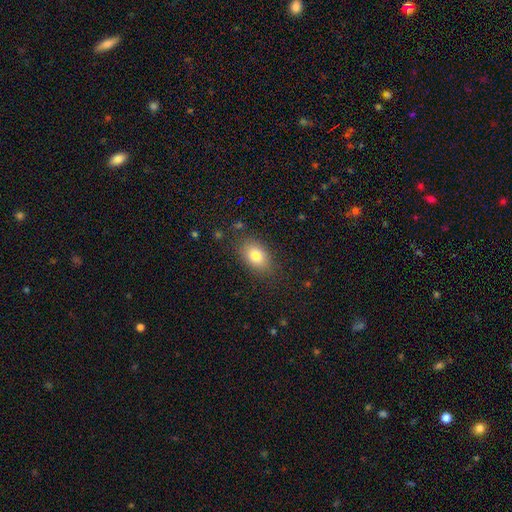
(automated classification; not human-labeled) Morphology: type=smooth (81%); roundness=in between (85%); merging=none (82%).